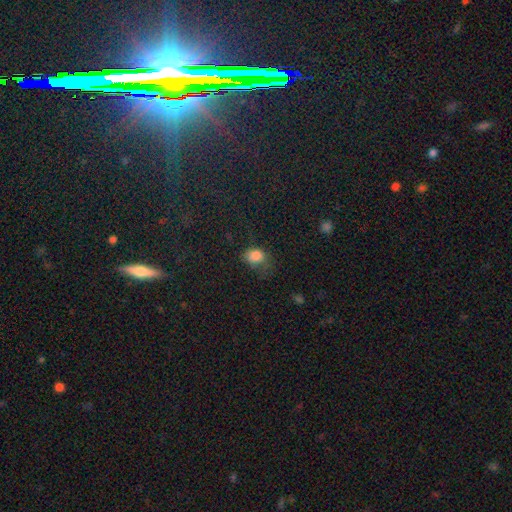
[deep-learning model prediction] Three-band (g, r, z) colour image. It shows a smooth galaxy with no disk features (80%) that is in between round and cigar-shaped (56%). Merging: none (38%).